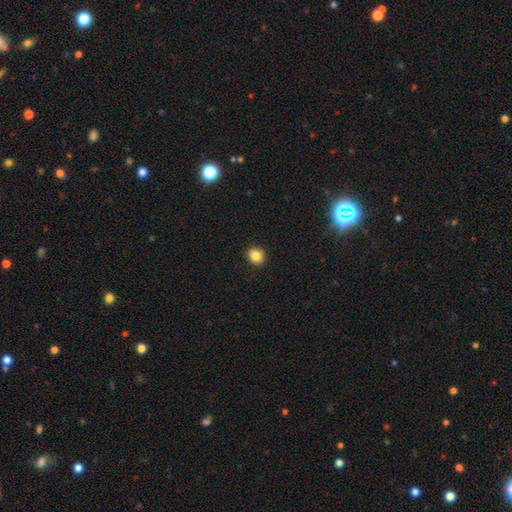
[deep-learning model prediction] Smooth or featured: smooth — 84% (star or artifact — 11%)
How rounded: round — 75% (in between — 24%)
Merging: none — 91% (minor disturbance — 6%)